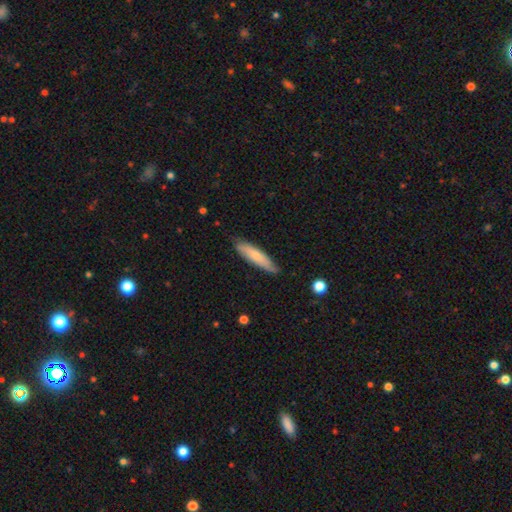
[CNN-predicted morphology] smooth-or-featured: smooth: 69% | featured or disk: 26% | star or artifact: 6%
  how-rounded: cigar-shaped: 77% | in between: 22% | round: 1%
  merging: none: 79% | minor disturbance: 17% | major disturbance: 2% | merger: 1%